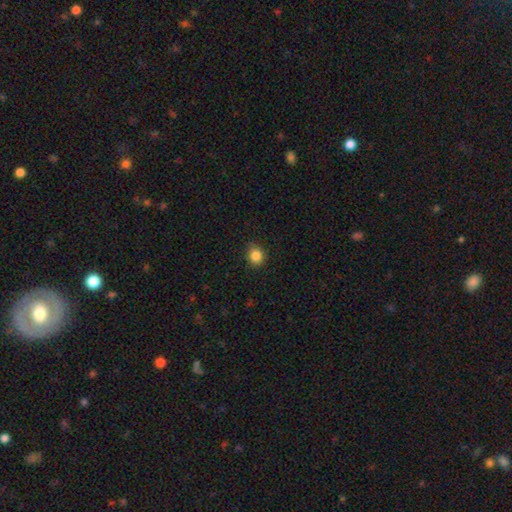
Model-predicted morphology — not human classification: The model was most divided on "how rounded": round: 76%, in between: 24%, cigar-shaped: 1%. More confident: smooth or featured — smooth (85%); merging — none (83%).